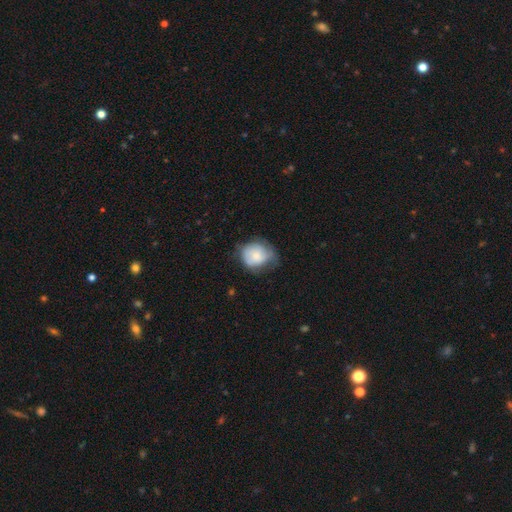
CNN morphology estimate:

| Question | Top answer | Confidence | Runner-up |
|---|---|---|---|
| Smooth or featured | smooth | 66% | featured or disk (27%) |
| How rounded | round | 69% | in between (30%) |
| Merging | none | 44% | minor disturbance (37%) |